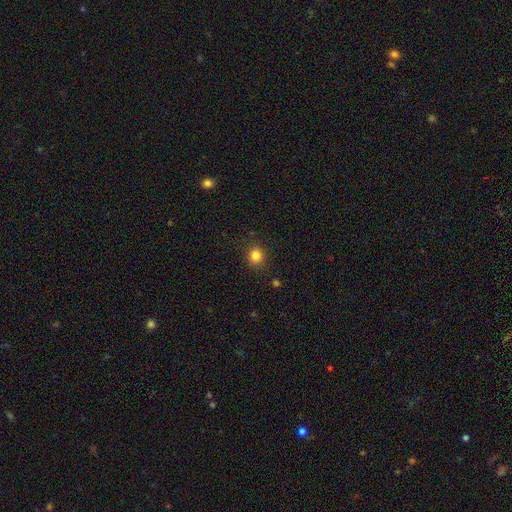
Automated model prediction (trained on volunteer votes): This is clearly a smooth galaxy (84%). How rounded: clearly round (86%). Merging: clearly none (89%).